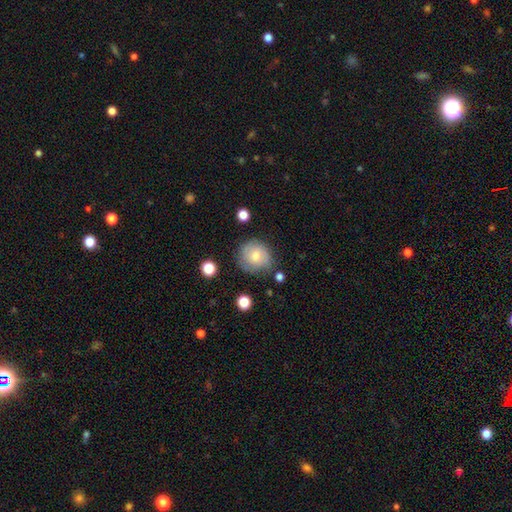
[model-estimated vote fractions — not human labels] Overall: smooth (75%). How rounded: round (87%). Merging: none (69%).